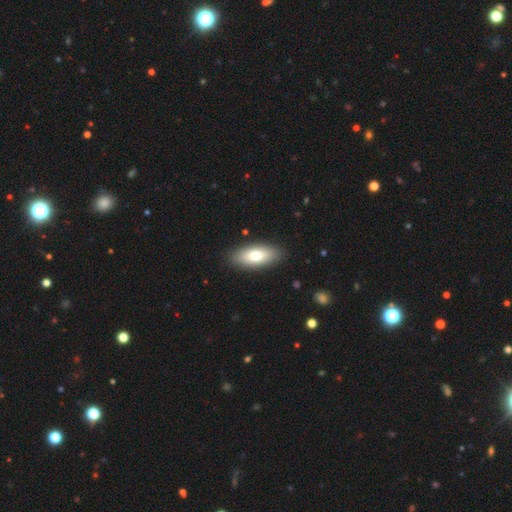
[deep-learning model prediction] smooth-or-featured: smooth: 73% | featured or disk: 21% | star or artifact: 6%
  how-rounded: in between: 83% | cigar-shaped: 14% | round: 3%
  merging: none: 88% | minor disturbance: 8% | major disturbance: 2% | merger: 1%